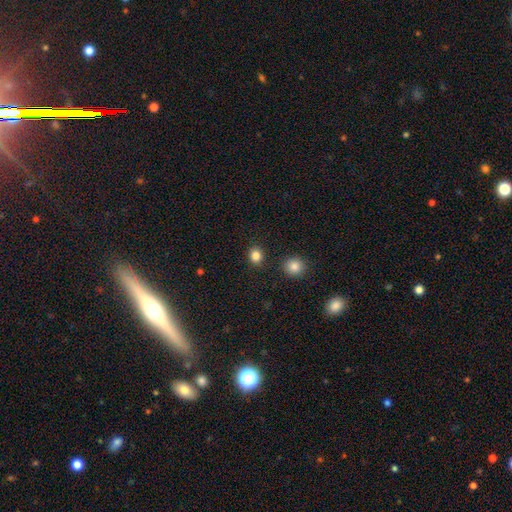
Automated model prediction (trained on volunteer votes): Morphology: type=smooth (84%); roundness=round (75%); merging=none (88%).